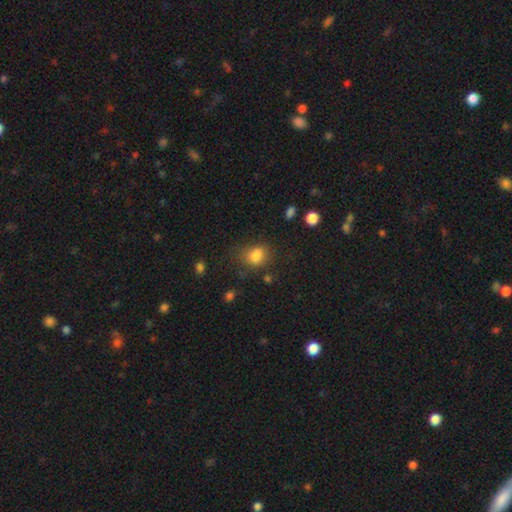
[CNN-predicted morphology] The model was most divided on "how rounded": in between: 51%, round: 48%, cigar-shaped: 1%. More confident: smooth or featured — smooth (78%); merging — none (56%).